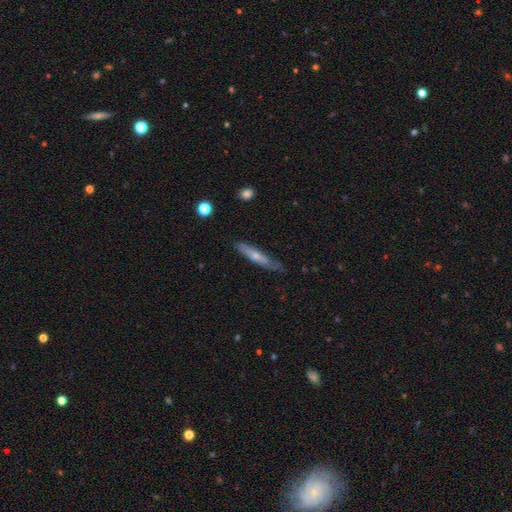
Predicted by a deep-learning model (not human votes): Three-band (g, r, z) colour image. It shows a smooth galaxy with no disk features (50%) that is cigar-shaped (89%). Merging: none (74%).